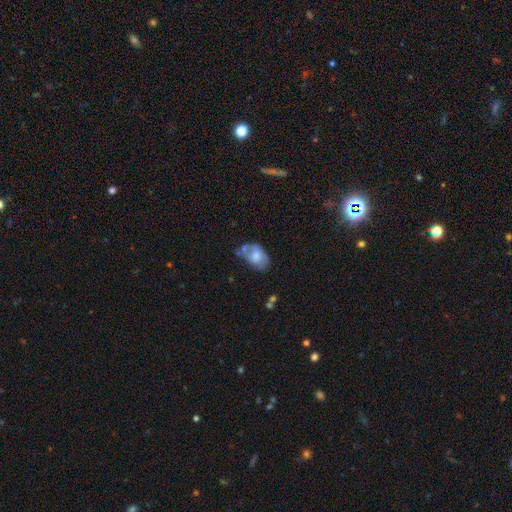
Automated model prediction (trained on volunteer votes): smooth_or_featured: smooth (p=0.55) [alt: featured or disk p=0.38]
how_rounded: in between (p=0.86) [alt: round p=0.12]
merging: none (p=0.35) [alt: minor disturbance p=0.32]